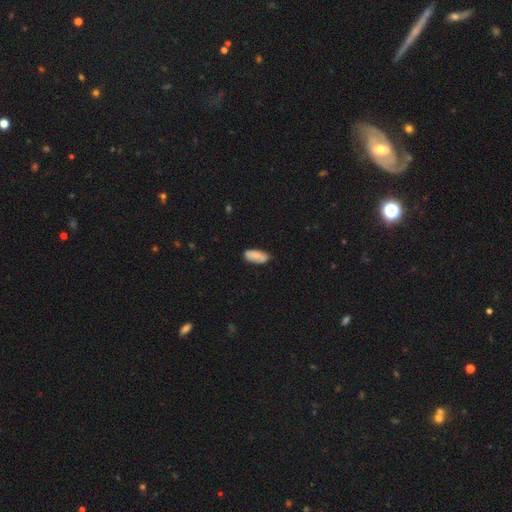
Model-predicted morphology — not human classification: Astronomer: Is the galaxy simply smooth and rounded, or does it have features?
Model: smooth — 82%.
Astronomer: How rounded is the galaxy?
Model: in between — 85%.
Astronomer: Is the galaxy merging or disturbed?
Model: none — 72%.